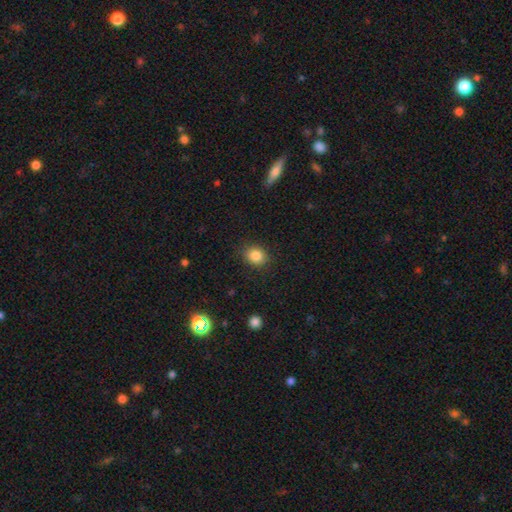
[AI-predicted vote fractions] Smooth or featured? Predicted: smooth (p=0.85). How rounded? Predicted: round (p=0.65). Merging? Predicted: none (p=0.87).